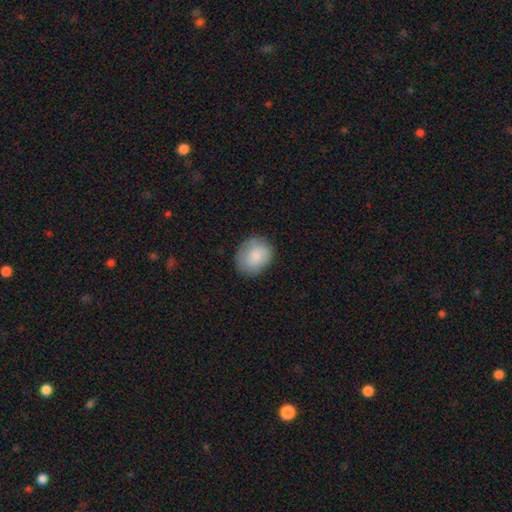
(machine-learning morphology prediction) smooth_or_featured: smooth (p=0.83) [alt: featured or disk p=0.11]
how_rounded: round (p=0.61) [alt: in between p=0.38]
merging: none (p=0.79) [alt: minor disturbance p=0.16]